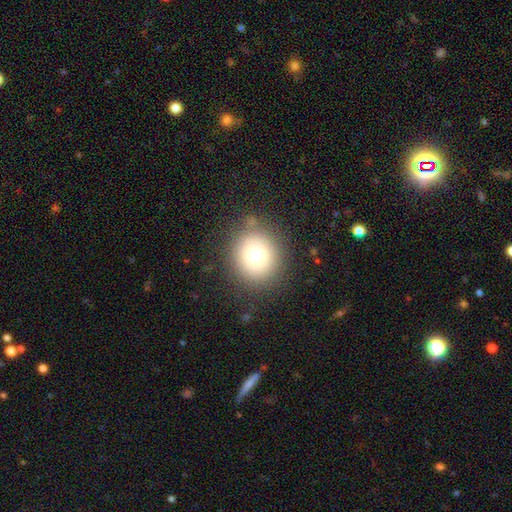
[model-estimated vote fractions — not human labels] This appears to be a smooth galaxy with no disk features (71%) that is round (89%). Merging: none (84%).